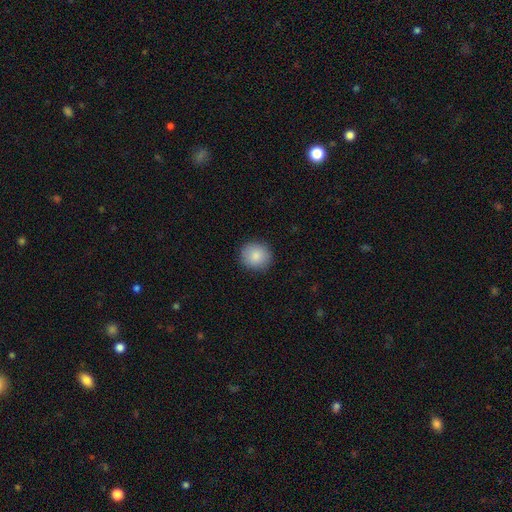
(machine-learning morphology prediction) Overall: smooth (87%). How rounded: round (89%). Merging: none (90%).